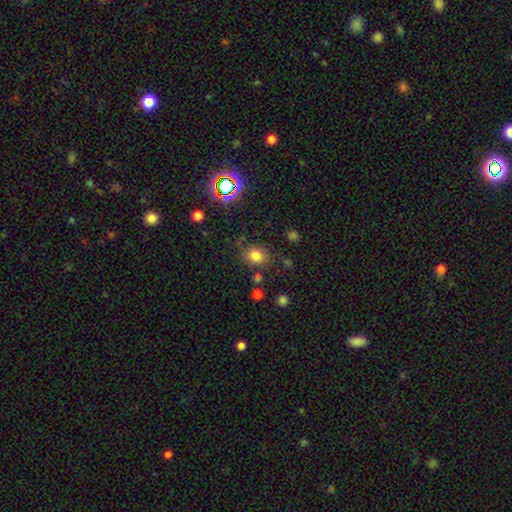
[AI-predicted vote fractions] The model was most divided on "how rounded": round: 72%, in between: 27%, cigar-shaped: 1%. More confident: merging — none (79%); smooth or featured — smooth (78%).